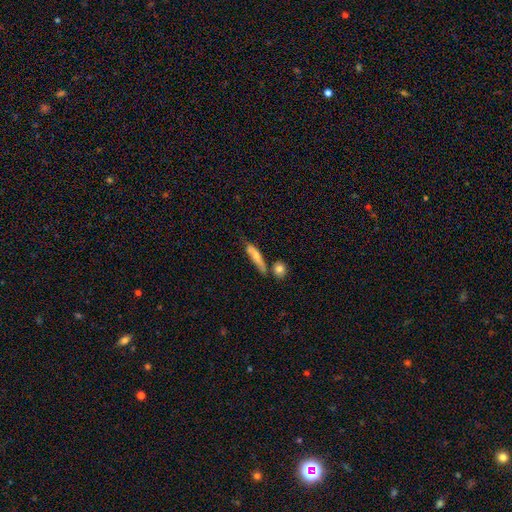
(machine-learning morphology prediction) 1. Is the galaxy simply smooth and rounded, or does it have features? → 65% smooth, 28% featured or disk, 7% star or artifact.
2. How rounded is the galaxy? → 77% cigar-shaped, 20% in between, 3% round.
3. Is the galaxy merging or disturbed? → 55% none, 22% minor disturbance, 16% merger, 8% major disturbance.